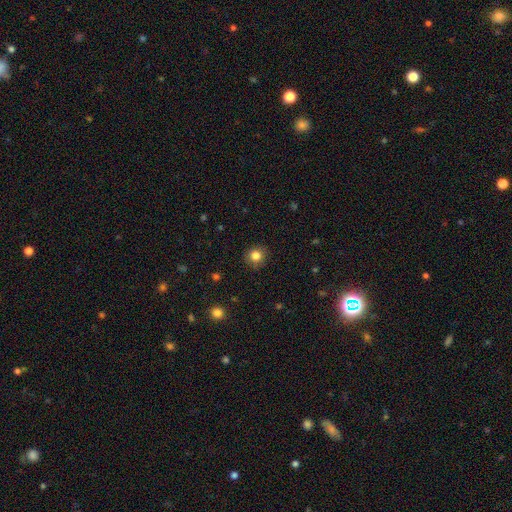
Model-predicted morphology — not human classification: smooth_or_featured: smooth (p=0.83) [alt: star or artifact p=0.12]
how_rounded: round (p=0.88) [alt: in between p=0.11]
merging: none (p=0.89) [alt: minor disturbance p=0.08]